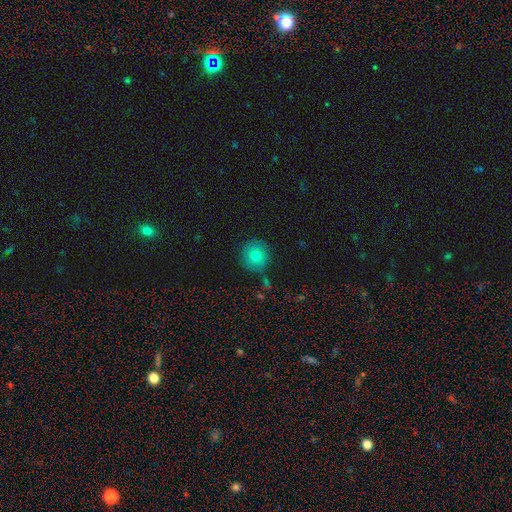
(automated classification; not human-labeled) smooth_or_featured: smooth (p=0.79) [alt: featured or disk p=0.11]
how_rounded: round (p=0.93) [alt: in between p=0.06]
merging: none (p=0.83) [alt: minor disturbance p=0.10]